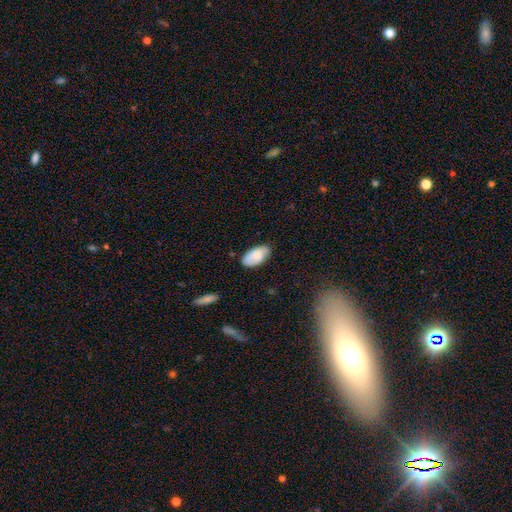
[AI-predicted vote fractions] Overall: smooth (77%). How rounded: in between (95%). Merging: none (74%).